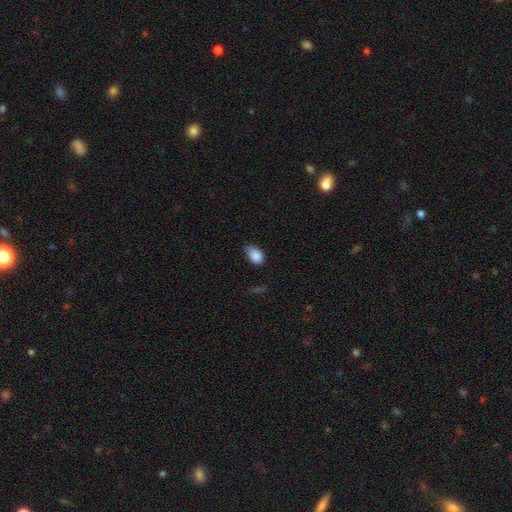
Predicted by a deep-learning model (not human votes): smooth-or-featured: smooth: 87% | star or artifact: 8% | featured or disk: 5%
  how-rounded: in between: 85% | round: 13% | cigar-shaped: 2%
  merging: none: 51% | minor disturbance: 40% | major disturbance: 7% | merger: 2%